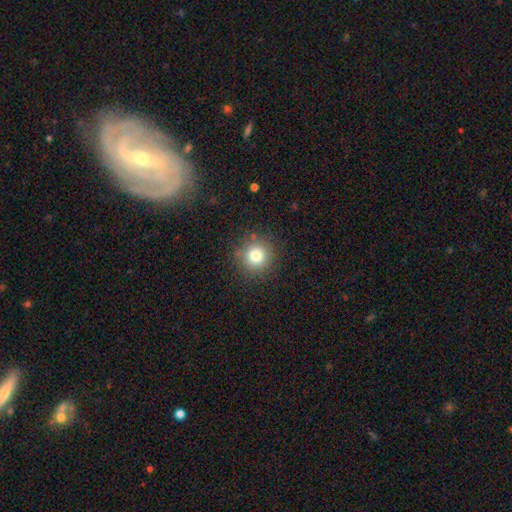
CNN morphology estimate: A smooth galaxy with no disk features (79%) that is round (94%). Merging: none (88%).